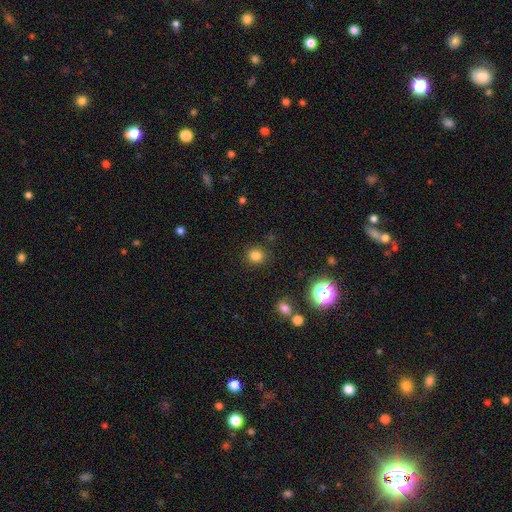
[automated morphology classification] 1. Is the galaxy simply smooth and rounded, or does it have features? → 81% smooth, 15% star or artifact, 4% featured or disk.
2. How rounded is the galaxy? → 87% round, 12% in between, 1% cigar-shaped.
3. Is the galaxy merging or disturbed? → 89% none, 7% minor disturbance, 3% major disturbance, 2% merger.